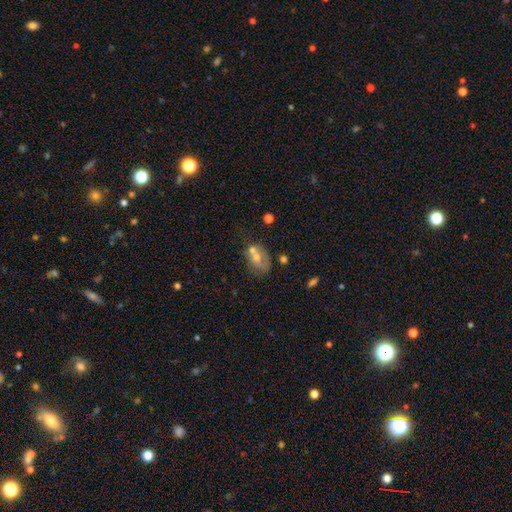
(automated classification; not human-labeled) Smooth or featured? Predicted: smooth (p=0.58). How rounded? Predicted: in between (p=0.72). Merging? Predicted: merger (p=0.44).